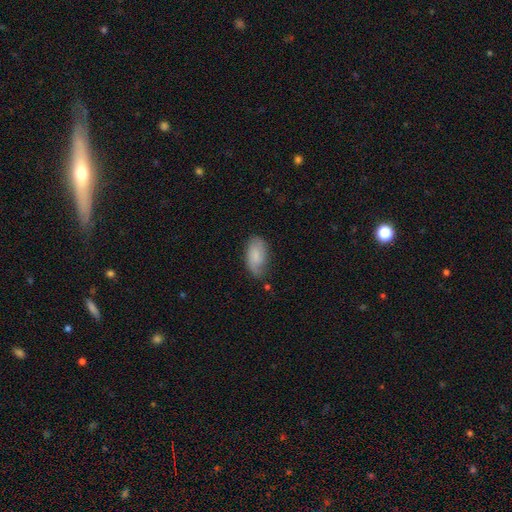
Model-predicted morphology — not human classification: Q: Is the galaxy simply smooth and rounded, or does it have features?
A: smooth — 69%.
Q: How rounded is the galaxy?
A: in between — 93%.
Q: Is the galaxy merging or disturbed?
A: none — 63%.